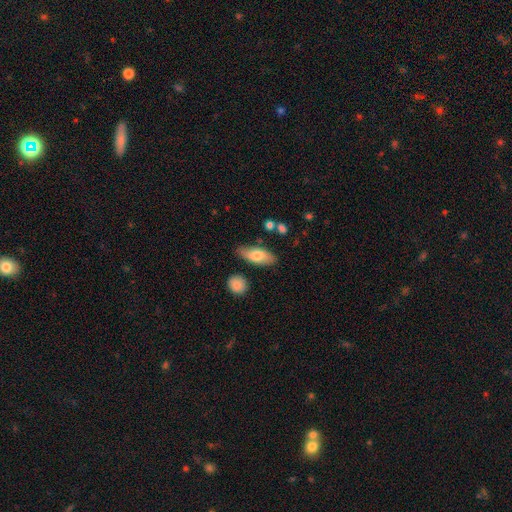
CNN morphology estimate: This is likely a smooth galaxy (73%). How rounded: clearly in between (81%). Merging: likely none (78%).